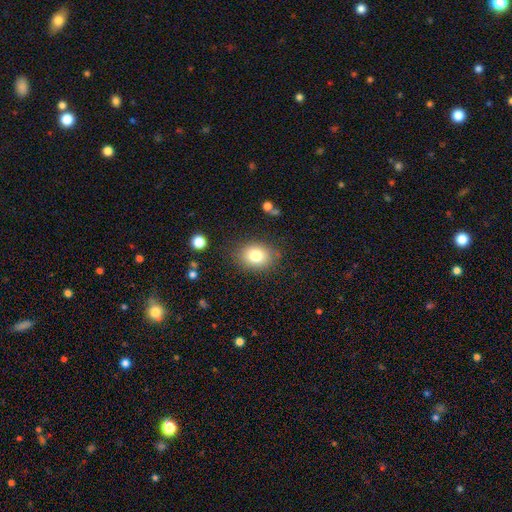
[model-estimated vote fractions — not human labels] Smooth or featured? smooth (79%)
How rounded? in between (55%)
Merging? none (82%)